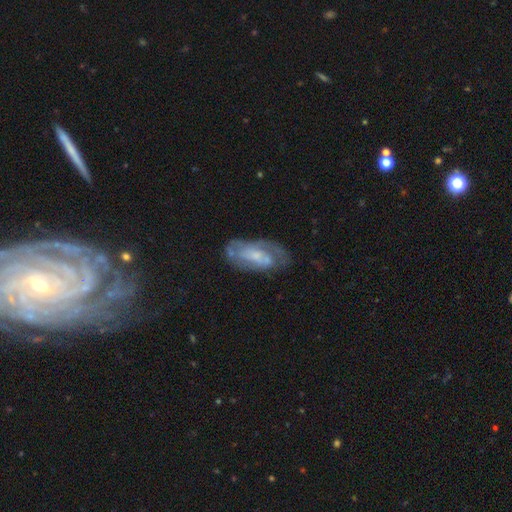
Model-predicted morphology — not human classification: The model was most divided on "bulge size": small: 50%, moderate: 32%, none: 13%, large: 4%, dominant: 1%. More confident: edge-on disk — no (92%); spiral arms — yes (74%); smooth or featured — featured or disk (67%); merging — none (61%); bar — no (55%).